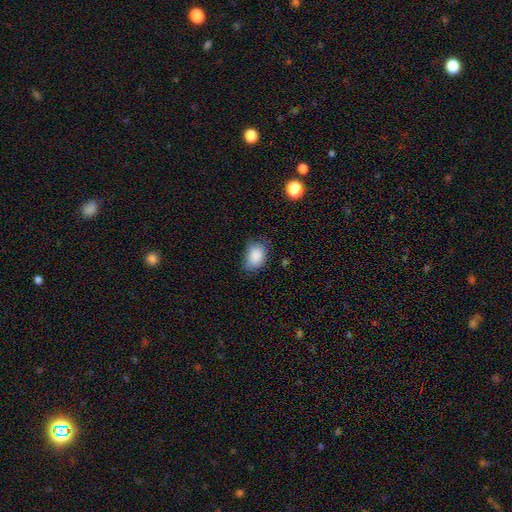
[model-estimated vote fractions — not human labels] Smooth or featured: smooth — 87% (star or artifact — 8%)
How rounded: in between — 79% (round — 20%)
Merging: none — 65% (minor disturbance — 27%)